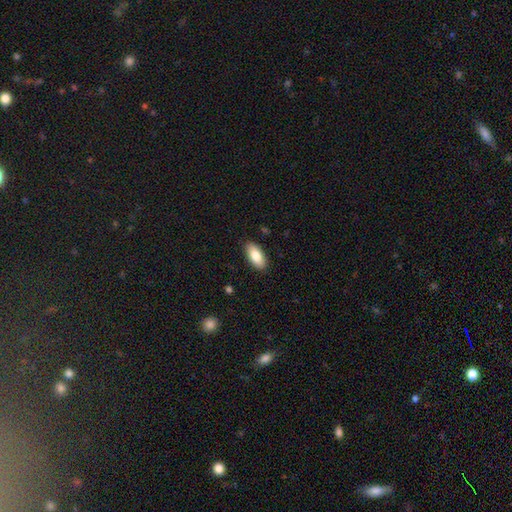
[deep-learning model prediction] The model was most divided on "smooth or featured": smooth: 84%, featured or disk: 10%, star or artifact: 6%. More confident: how rounded — in between (90%); merging — none (88%).